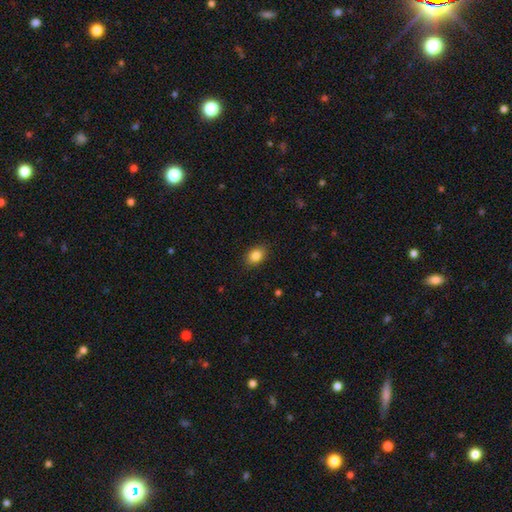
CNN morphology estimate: smooth-or-featured: smooth: 85% | star or artifact: 9% | featured or disk: 6%
  how-rounded: in between: 73% | round: 26% | cigar-shaped: 1%
  merging: none: 87% | minor disturbance: 10% | major disturbance: 2% | merger: 1%